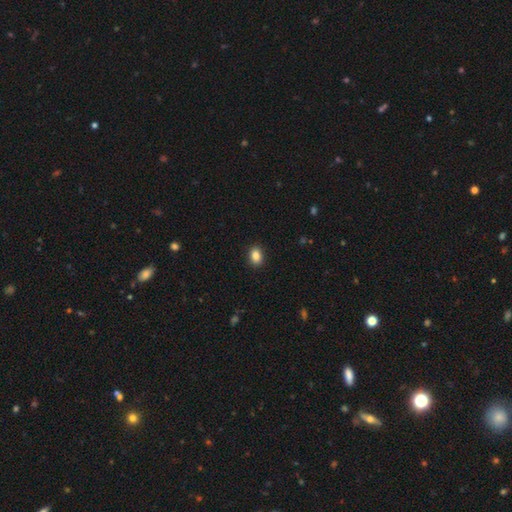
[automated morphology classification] type=smooth (86%); roundness=in between (69%); merging=none (90%).